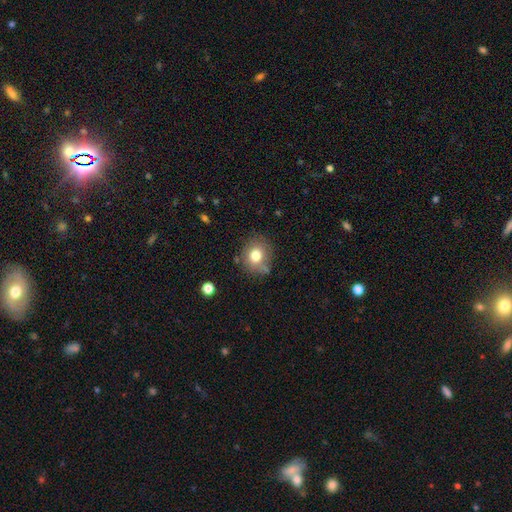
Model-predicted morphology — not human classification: type=smooth (77%); roundness=round (76%); merging=none (71%).